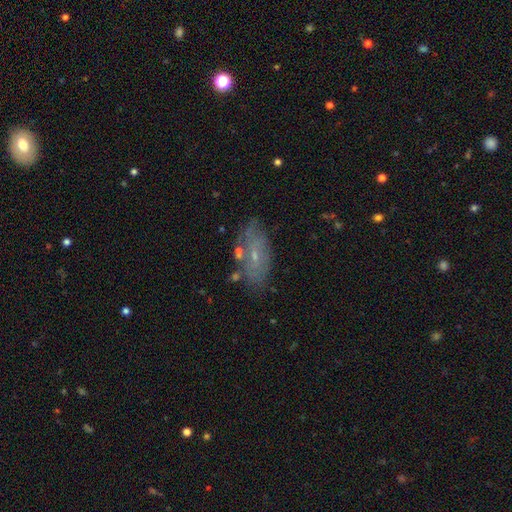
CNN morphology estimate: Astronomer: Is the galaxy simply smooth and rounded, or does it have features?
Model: featured or disk — 52% (runner-up: smooth, 37%).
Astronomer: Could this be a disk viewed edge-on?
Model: no — 87%.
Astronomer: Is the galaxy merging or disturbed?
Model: none — 66%.